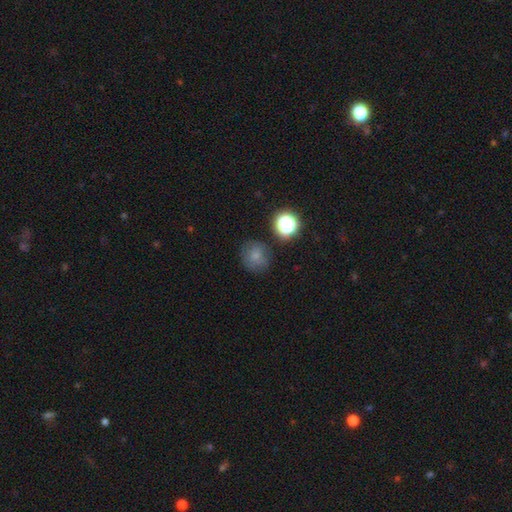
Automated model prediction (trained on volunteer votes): A smooth galaxy with no disk features (73%) that is round (87%). Merging: none (73%).